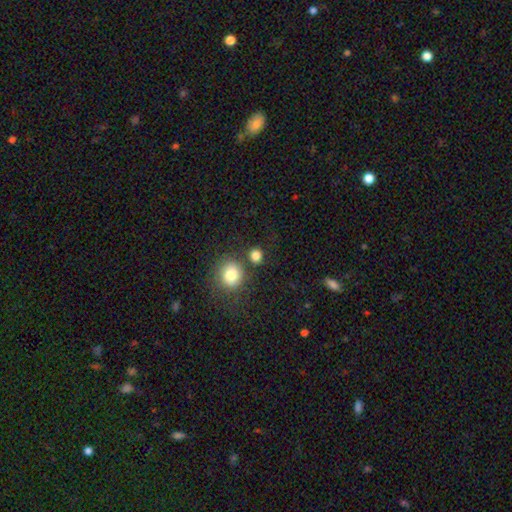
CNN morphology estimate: Smooth or featured?
  - smooth: 83% *
  - star or artifact: 12%
  - featured or disk: 5%
How rounded?
  - round: 83% *
  - in between: 16%
  - cigar-shaped: 1%
Merging?
  - none: 73% *
  - merger: 14%
  - minor disturbance: 9%
  - major disturbance: 4%